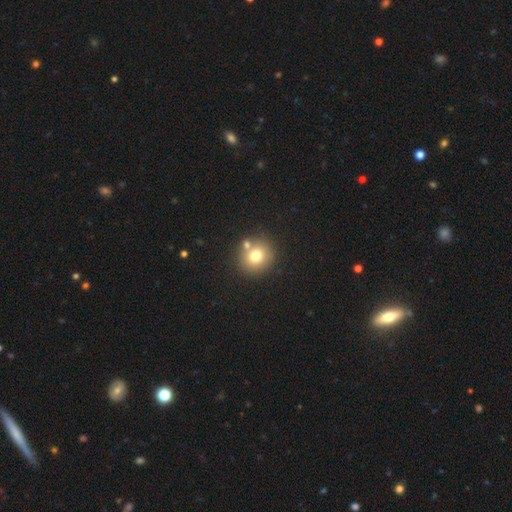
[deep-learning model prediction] A smooth galaxy with no disk features (74%) that is round (85%). Merging: none (72%).